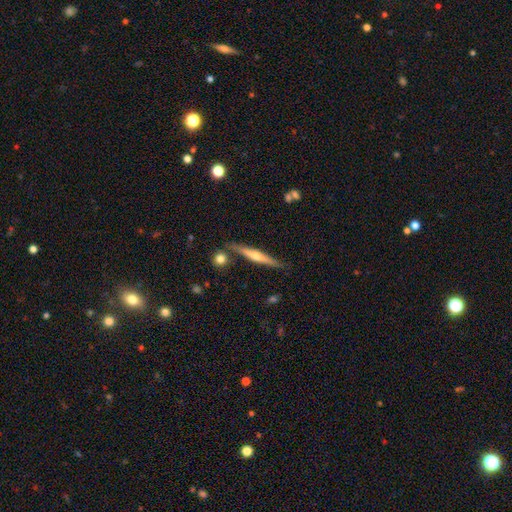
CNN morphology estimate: The model was most divided on "smooth or featured": featured or disk: 69%, smooth: 25%, star or artifact: 6%. More confident: edge-on disk — yes (97%); merging — none (85%); edge-on bulge — rounded (84%).